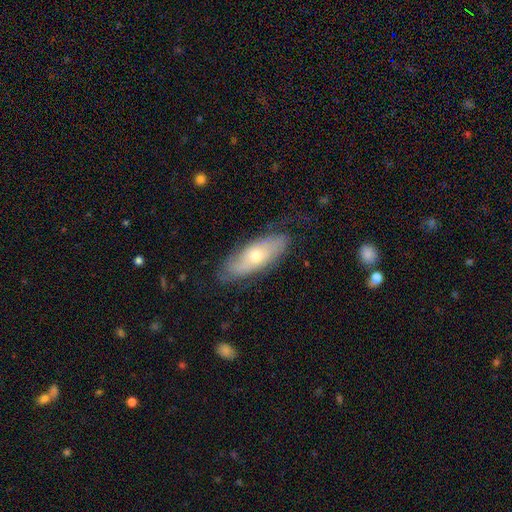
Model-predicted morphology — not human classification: Q: Smooth or featured?
A: featured or disk (47%); runner-up: smooth (46%)
Q: Merging?
A: none (74%); runner-up: minor disturbance (19%)